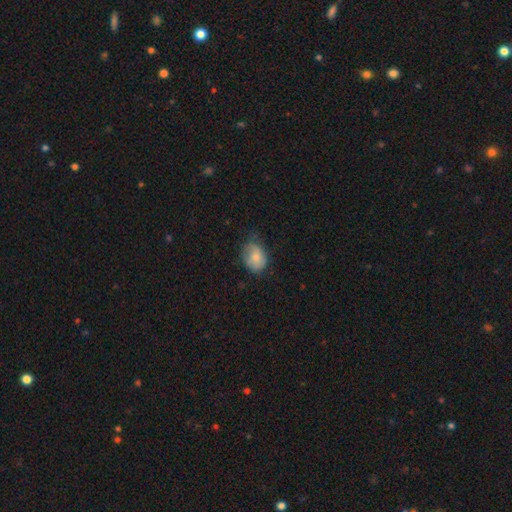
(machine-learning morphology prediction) A smooth galaxy with no disk features (73%) that is in between round and cigar-shaped (67%). Merging: none (60%).